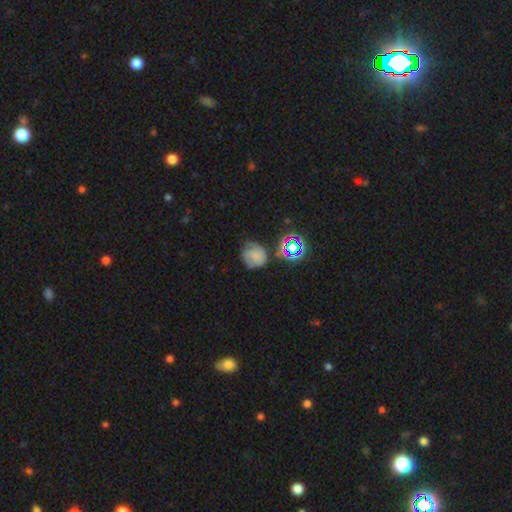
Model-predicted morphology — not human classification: Smooth or featured? smooth (45%)
Merging? none (52%)